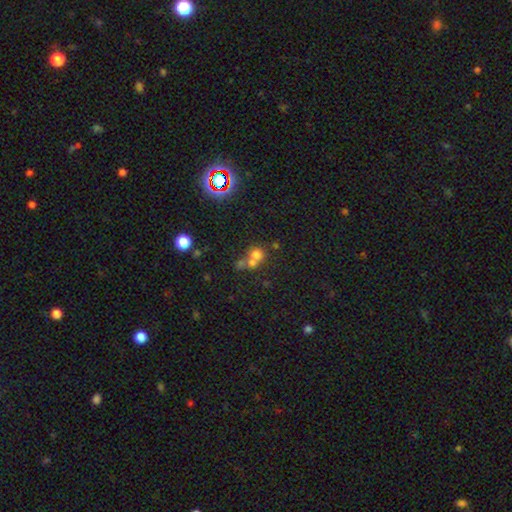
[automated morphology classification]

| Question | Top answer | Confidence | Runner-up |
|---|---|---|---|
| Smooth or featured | smooth | 63% | star or artifact (21%) |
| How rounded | round | 84% | in between (15%) |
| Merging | merger | 54% | none (36%) |